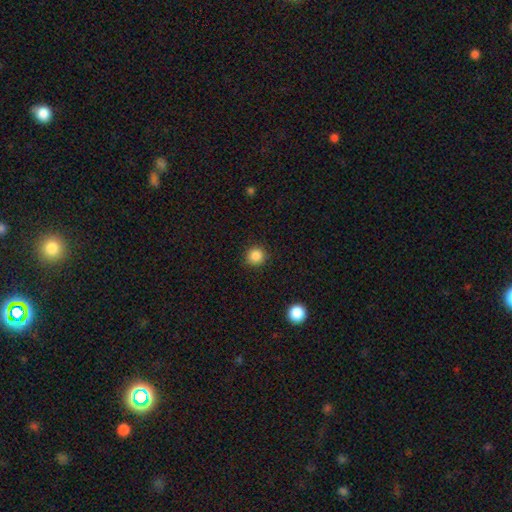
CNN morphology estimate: Smooth or featured? Predicted: smooth (p=0.86). How rounded? Predicted: round (p=0.93). Merging? Predicted: none (p=0.89).